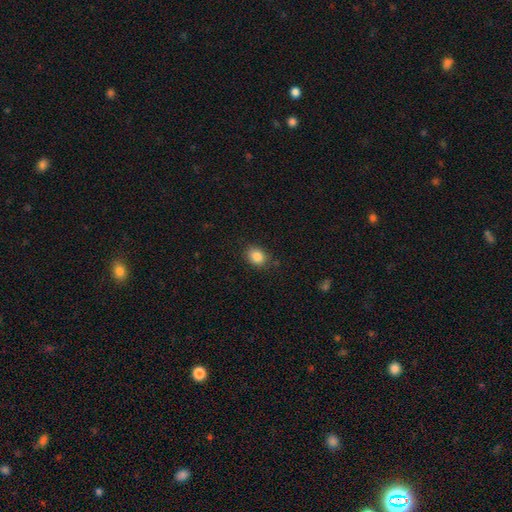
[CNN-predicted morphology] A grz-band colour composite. It shows a smooth galaxy with no disk features (85%) that is in between round and cigar-shaped (50%). Merging: none (83%).